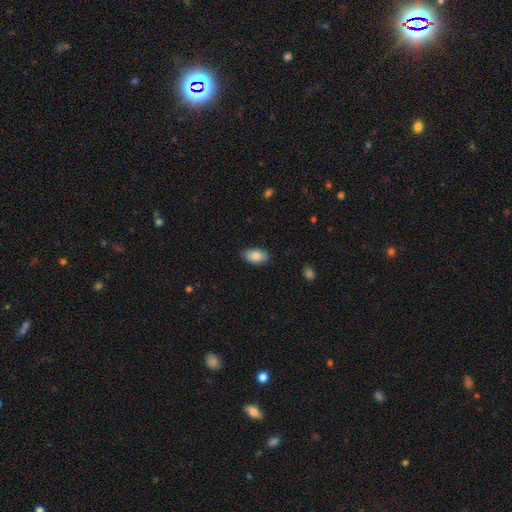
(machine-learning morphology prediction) Overall: smooth (83%). How rounded: in between (93%). Merging: none (79%).